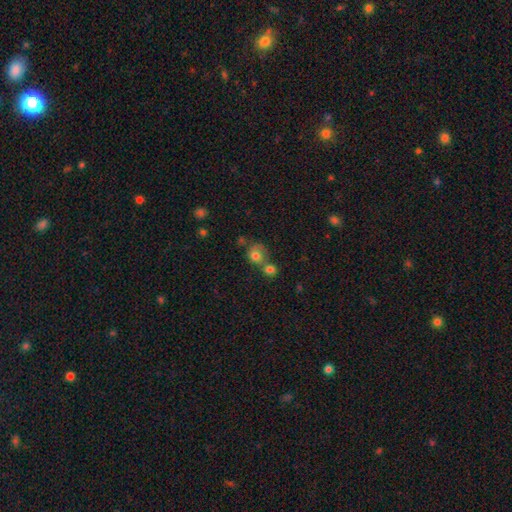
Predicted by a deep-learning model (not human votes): A smooth galaxy with no disk features (75%) that is round (73%).

Vote fractions:
- Smooth or featured? smooth: 75% / featured or disk: 14% / star or artifact: 12%
- How rounded? round: 73% / in between: 26% / cigar-shaped: 1%
- Merging? merger: 48% / none: 35% / minor disturbance: 11% / major disturbance: 6%